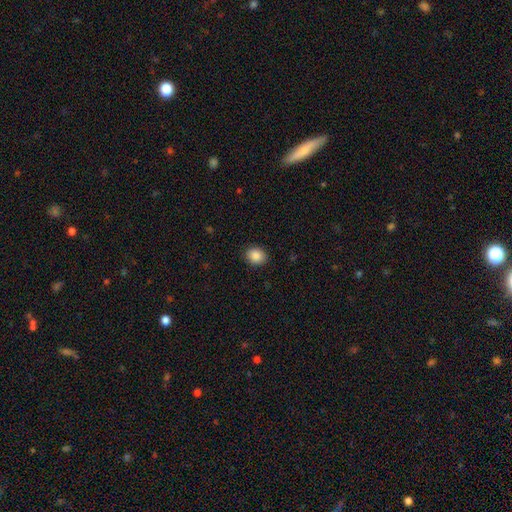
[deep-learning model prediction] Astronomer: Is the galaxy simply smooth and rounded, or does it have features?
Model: smooth — 88%.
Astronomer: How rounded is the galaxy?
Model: round — 55% (runner-up: in between, 44%).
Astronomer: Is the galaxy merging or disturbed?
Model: none — 90%.